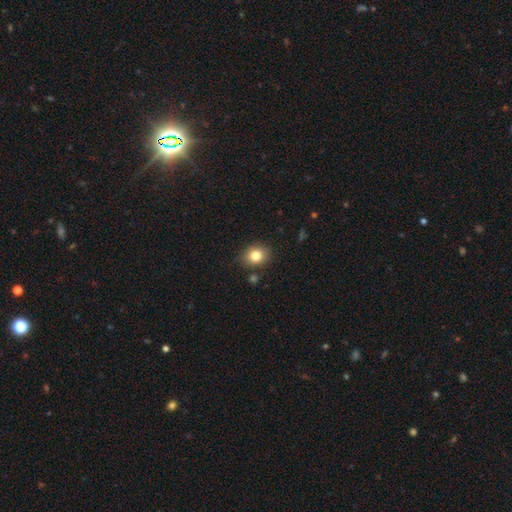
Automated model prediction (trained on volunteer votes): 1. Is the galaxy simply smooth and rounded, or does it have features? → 81% smooth, 10% star or artifact, 8% featured or disk.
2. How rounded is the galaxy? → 57% round, 42% in between, 1% cigar-shaped.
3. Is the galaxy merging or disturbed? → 83% none, 11% minor disturbance, 3% merger, 3% major disturbance.